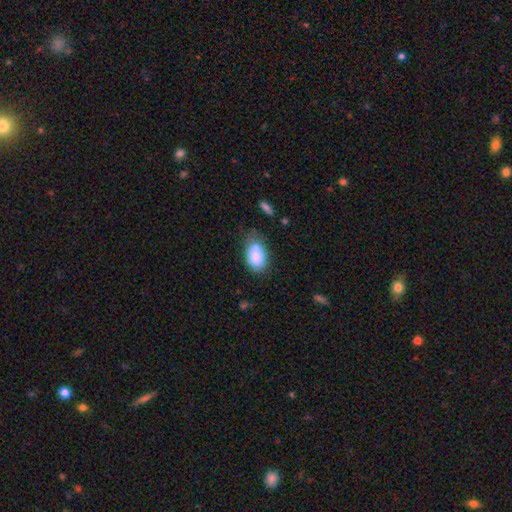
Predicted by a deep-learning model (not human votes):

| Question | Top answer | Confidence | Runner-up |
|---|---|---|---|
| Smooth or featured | smooth | 85% | featured or disk (8%) |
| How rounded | in between | 91% | round (8%) |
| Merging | none | 56% | minor disturbance (29%) |